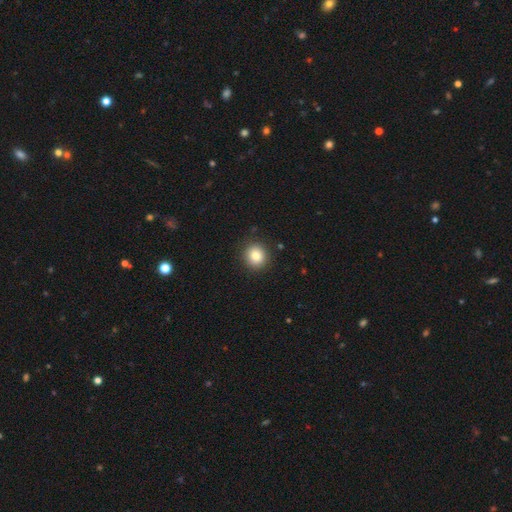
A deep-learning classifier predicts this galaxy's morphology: smooth_or_featured: smooth (p=0.82) [alt: star or artifact p=0.10]
how_rounded: round (p=0.88) [alt: in between p=0.11]
merging: none (p=0.90) [alt: minor disturbance p=0.07]